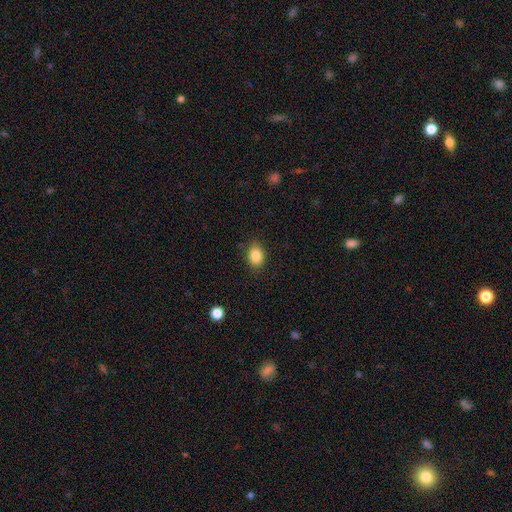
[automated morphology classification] This appears to be a smooth galaxy with no disk features (86%) that is in between round and cigar-shaped (70%). Merging: none (85%).